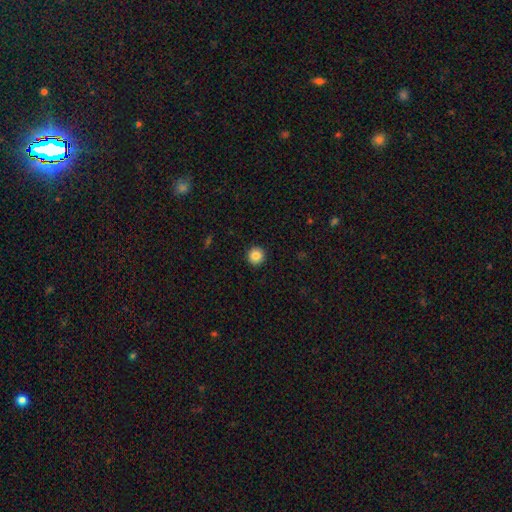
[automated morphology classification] smooth 86%, star or artifact 10%, featured or disk 5%. Down the decision tree: how rounded — round (95%); merging — none (93%).